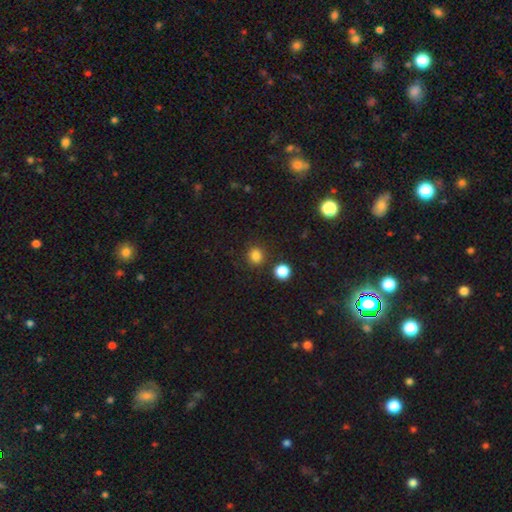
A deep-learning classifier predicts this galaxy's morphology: Q: Smooth or featured?
A: smooth (82%); runner-up: star or artifact (14%)
Q: How rounded?
A: round (86%); runner-up: in between (13%)
Q: Merging?
A: none (85%); runner-up: minor disturbance (7%)